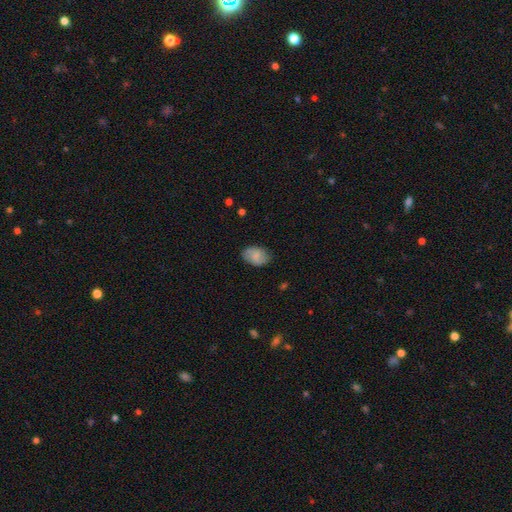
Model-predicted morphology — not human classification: This appears to be a smooth galaxy with no disk features (64%) that is in between round and cigar-shaped (85%). Merging: none (79%).